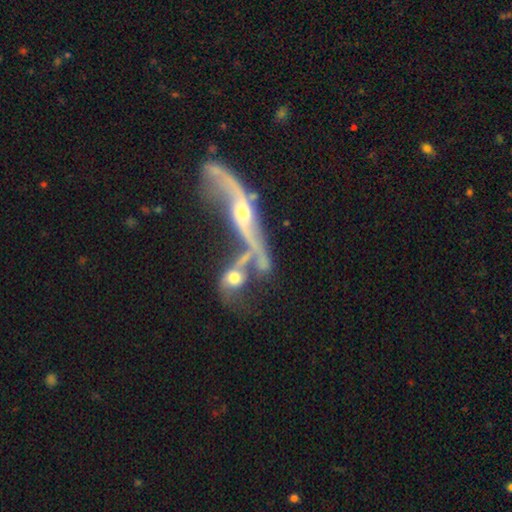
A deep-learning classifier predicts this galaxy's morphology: Smooth or featured?
  - featured or disk: 67% *
  - smooth: 24%
  - star or artifact: 9%
Edge-on disk?
  - no: 75% *
  - yes: 25%
Bar?
  - no: 63% *
  - weak: 26%
  - strong: 11%
Spiral arms?
  - yes: 76% *
  - no: 24%
Bulge size?
  - moderate: 49% *
  - small: 32%
  - large: 10%
  - none: 6%
  - dominant: 3%
Merging?
  - merger: 58% *
  - none: 22%
  - major disturbance: 11%
  - minor disturbance: 9%